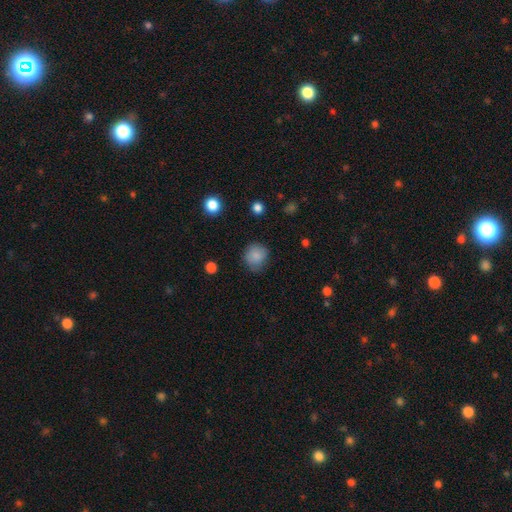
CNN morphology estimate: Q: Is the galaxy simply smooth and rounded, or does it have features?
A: smooth — 85%.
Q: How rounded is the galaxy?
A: round — 84%.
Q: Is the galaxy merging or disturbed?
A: none — 76%.